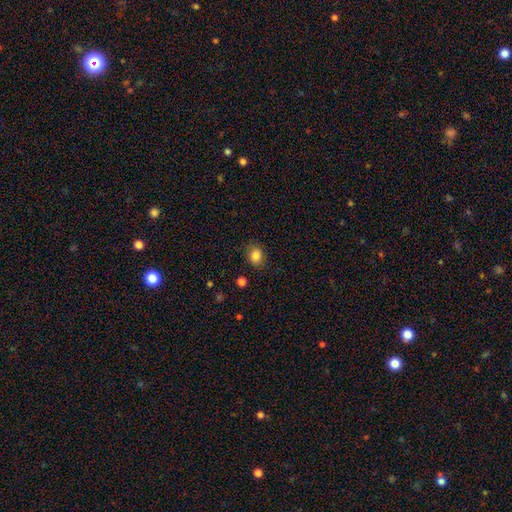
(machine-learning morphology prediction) This appears to be a smooth galaxy with no disk features (84%) that is round (52%). Merging: none (83%).